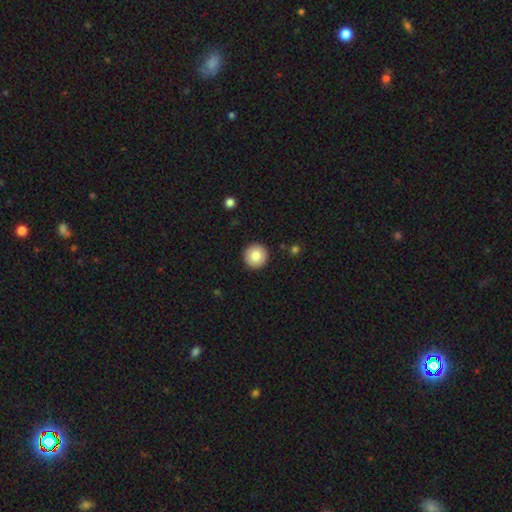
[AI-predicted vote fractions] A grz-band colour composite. It shows a smooth galaxy with no disk features (84%) that is round (96%). Merging: none (92%).